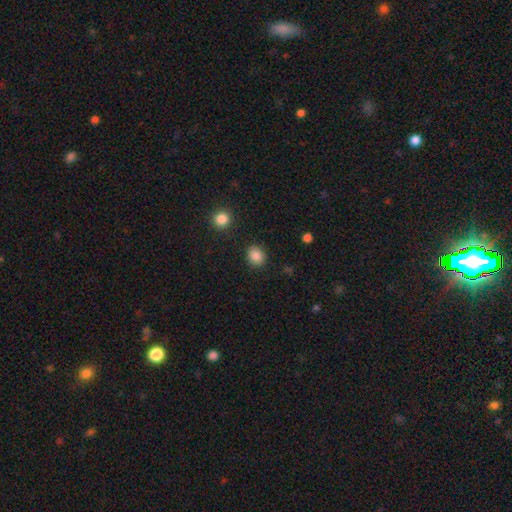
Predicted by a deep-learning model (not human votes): This appears to be a smooth galaxy with no disk features (86%) that is round (71%). Merging: none (87%).